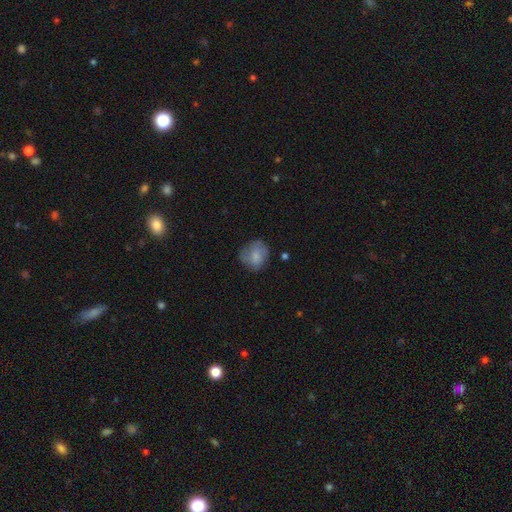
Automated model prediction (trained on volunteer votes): Smooth or featured? smooth (74%)
How rounded? round (72%)
Merging? none (61%)